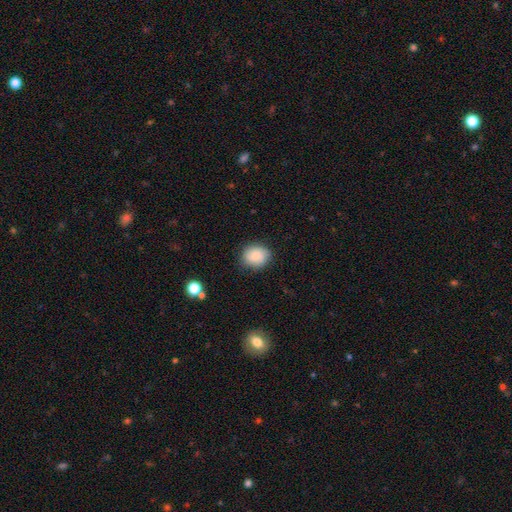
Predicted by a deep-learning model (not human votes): The model was most divided on "how rounded": round: 69%, in between: 31%, cigar-shaped: 1%. More confident: smooth or featured — smooth (86%); merging — none (82%).